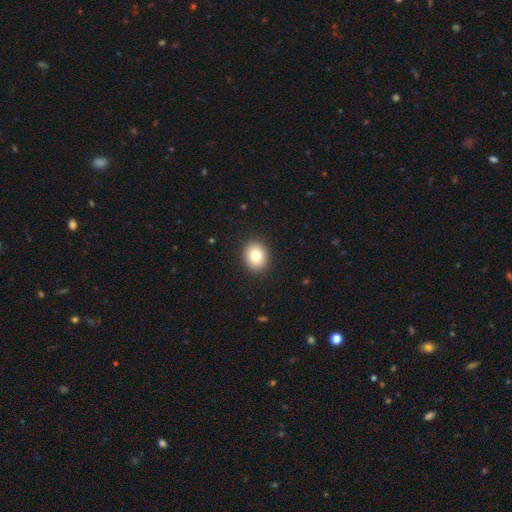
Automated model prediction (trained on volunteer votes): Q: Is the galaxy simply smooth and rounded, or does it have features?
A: smooth — 81%.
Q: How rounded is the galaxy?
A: round — 56%.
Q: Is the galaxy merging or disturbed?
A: none — 91%.